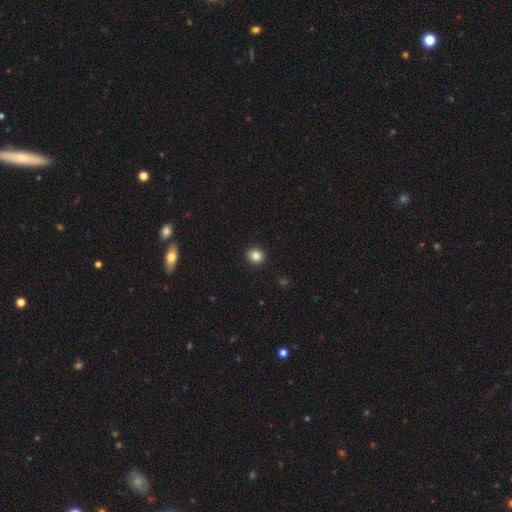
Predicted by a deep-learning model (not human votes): Overall: smooth (85%). How rounded: round (85%). Merging: none (91%).